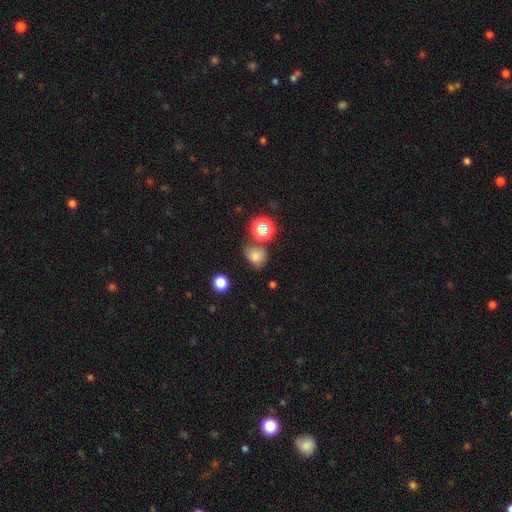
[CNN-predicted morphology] Smooth or featured? smooth (69%)
How rounded? round (58%)
Merging? none (58%)